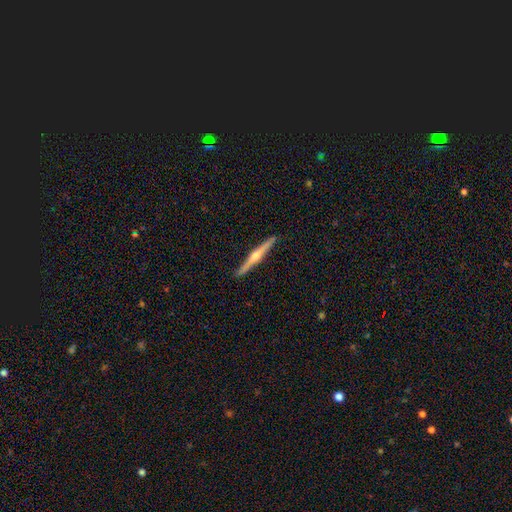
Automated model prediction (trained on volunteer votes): Morphology: type=featured or disk (80%); edge-on=yes (98%); edge-on bulge=rounded (90%); merging=none (92%).